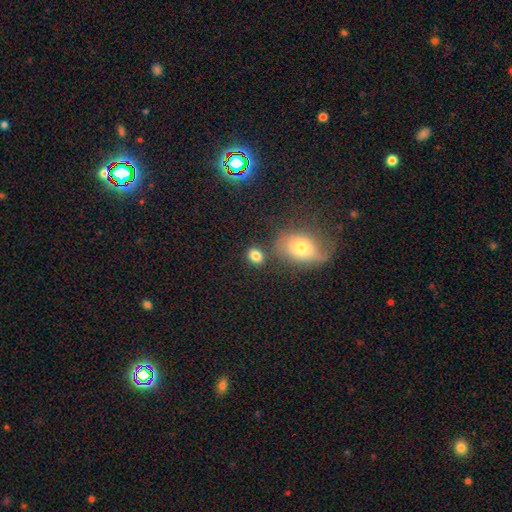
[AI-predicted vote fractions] The model was most divided on "how rounded": in between: 54%, round: 44%, cigar-shaped: 2%. More confident: smooth or featured — smooth (83%); merging — none (71%).